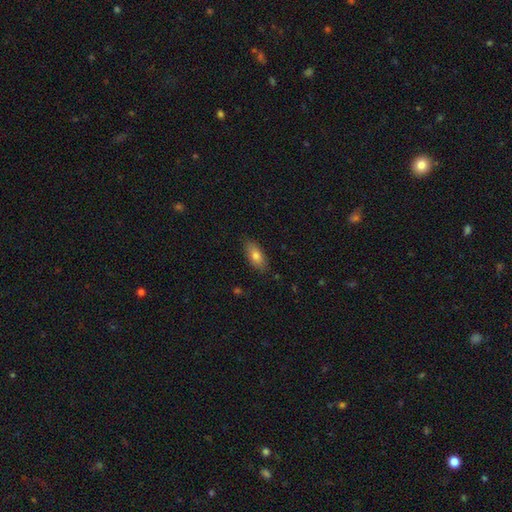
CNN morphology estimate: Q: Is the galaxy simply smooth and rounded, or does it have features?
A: smooth — 77%.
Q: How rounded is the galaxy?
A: in between — 87%.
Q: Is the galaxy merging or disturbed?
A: none — 84%.